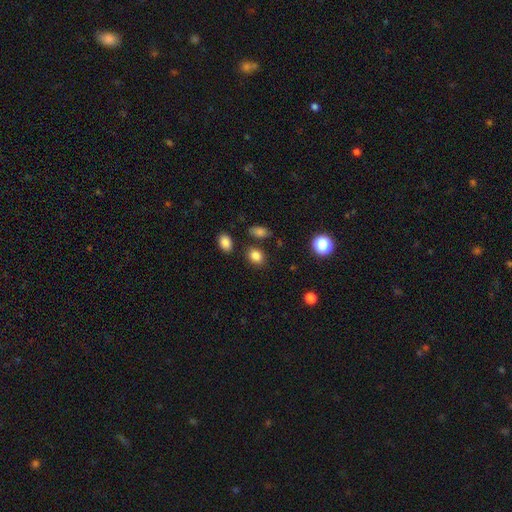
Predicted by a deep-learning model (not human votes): A smooth galaxy with no disk features (84%) that is in between round and cigar-shaped (54%).

Vote fractions:
- Smooth or featured? smooth: 84% / star or artifact: 11% / featured or disk: 5%
- How rounded? in between: 54% / round: 44% / cigar-shaped: 1%
- Merging? none: 80% / minor disturbance: 10% / merger: 6% / major disturbance: 3%